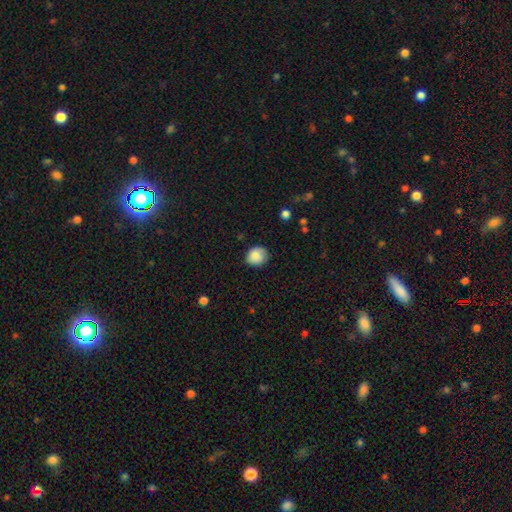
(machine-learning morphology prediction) Overall: smooth (83%). How rounded: round (77%). Merging: none (80%).